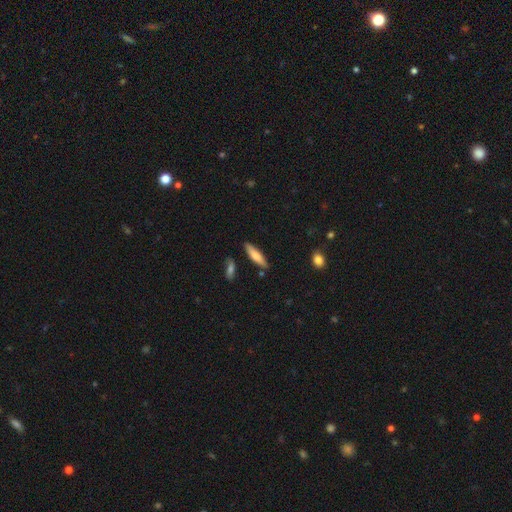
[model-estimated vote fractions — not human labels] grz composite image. It shows a smooth galaxy with no disk features (70%) that is cigar-shaped (75%). Merging: none (84%).